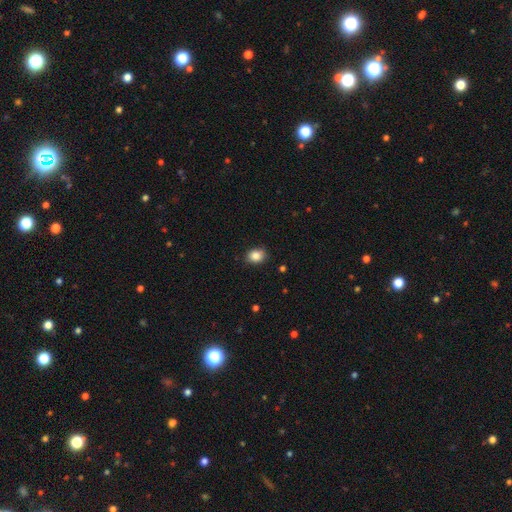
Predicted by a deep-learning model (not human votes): Smooth or featured: smooth — 86% (star or artifact — 9%)
How rounded: in between — 53% (round — 46%)
Merging: none — 86% (minor disturbance — 11%)